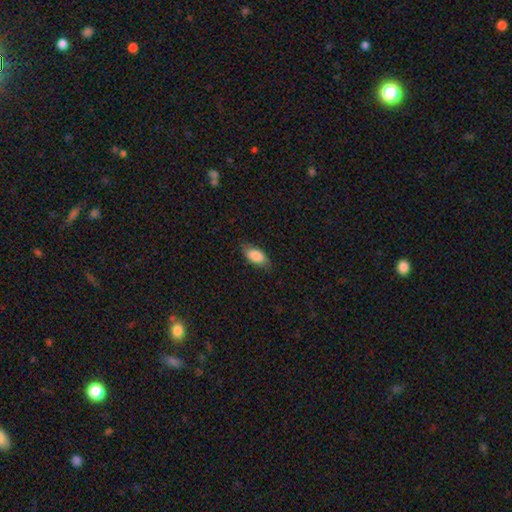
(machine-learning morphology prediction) smooth-or-featured: smooth: 84% | featured or disk: 10% | star or artifact: 7%
  how-rounded: in between: 90% | cigar-shaped: 6% | round: 4%
  merging: none: 77% | minor disturbance: 18% | major disturbance: 4% | merger: 1%